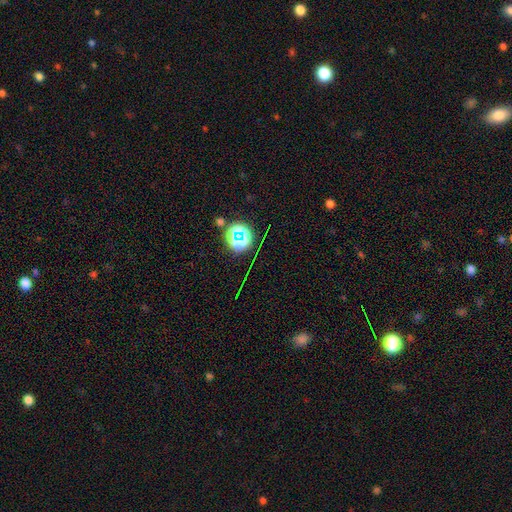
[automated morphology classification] Smooth or featured? Predicted: star or artifact (p=0.74).